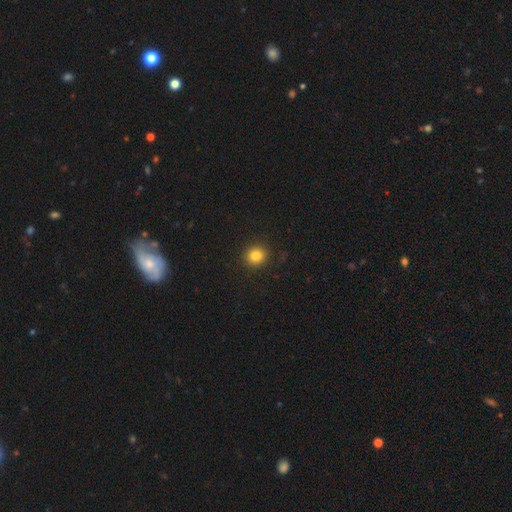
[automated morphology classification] Q: Smooth or featured?
A: smooth (83%); runner-up: star or artifact (11%)
Q: How rounded?
A: round (87%); runner-up: in between (12%)
Q: Merging?
A: none (91%); runner-up: minor disturbance (6%)